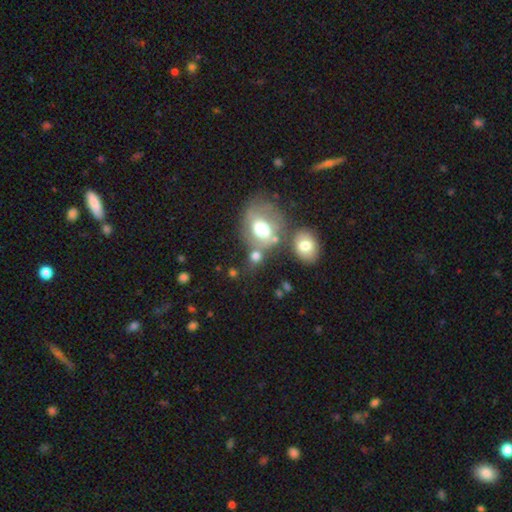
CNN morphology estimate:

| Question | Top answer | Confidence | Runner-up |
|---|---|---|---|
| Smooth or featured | smooth | 67% | featured or disk (19%) |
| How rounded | round | 60% | in between (39%) |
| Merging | none | 44% | merger (33%) |